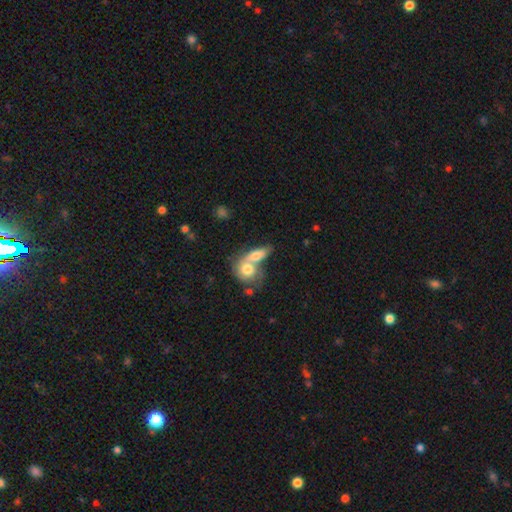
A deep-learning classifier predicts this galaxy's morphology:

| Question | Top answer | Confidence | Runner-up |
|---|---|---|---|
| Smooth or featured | smooth | 66% | featured or disk (27%) |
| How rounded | in between | 64% | round (22%) |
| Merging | merger | 71% | none (19%) |